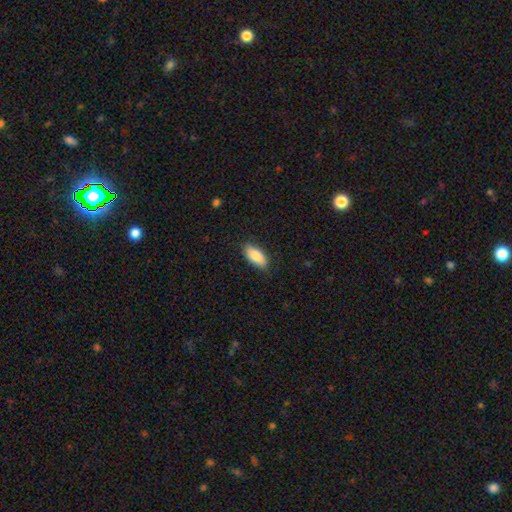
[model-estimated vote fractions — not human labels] Q: Smooth or featured?
A: smooth (86%); runner-up: featured or disk (8%)
Q: How rounded?
A: in between (88%); runner-up: cigar-shaped (10%)
Q: Merging?
A: none (85%); runner-up: minor disturbance (12%)